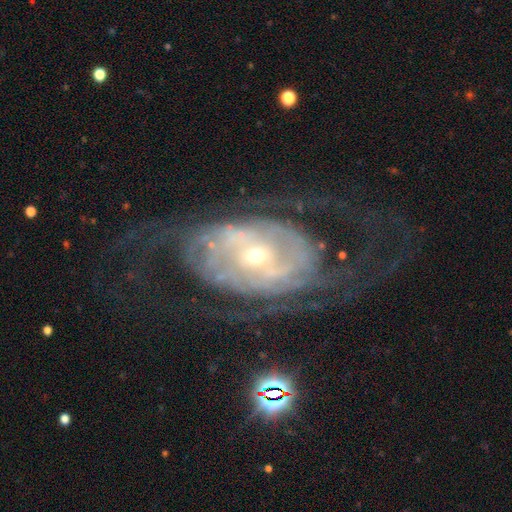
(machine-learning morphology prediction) Overall: featured or disk (83%). Edge-on disk: no (95%). Bar: no (57%; weak 28%). Spiral arms: yes (81%). Spiral arm count: 2 (41%; can't tell 36%). Spiral winding: tight (45%; medium 34%). Bulge size: small (66%; moderate 29%). Merging: none (53%; major disturbance 29%).